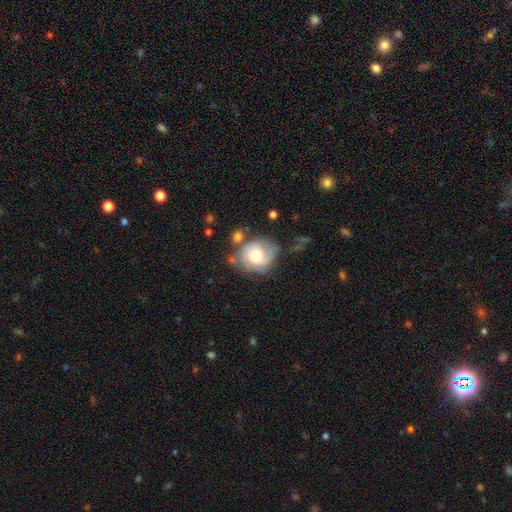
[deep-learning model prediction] Overall: featured or disk (58%; smooth 35%). Edge-on disk: no (97%). Bar: no (75%). Spiral arms: yes (82%). Bulge size: moderate (67%). Merging: none (55%; minor disturbance 24%).